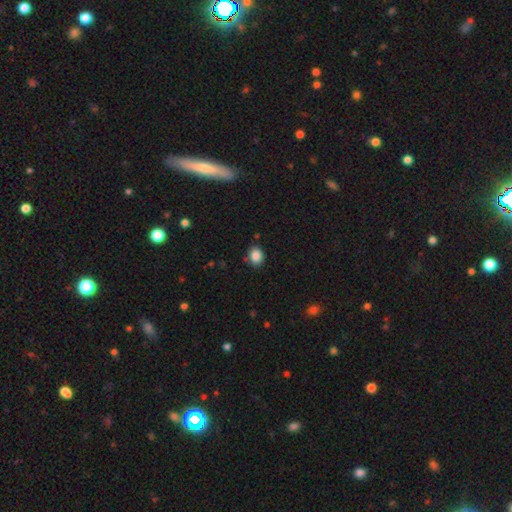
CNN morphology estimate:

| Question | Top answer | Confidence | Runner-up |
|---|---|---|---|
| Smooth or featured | smooth | 86% | star or artifact (9%) |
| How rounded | round | 50% | in between (49%) |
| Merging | none | 83% | minor disturbance (12%) |